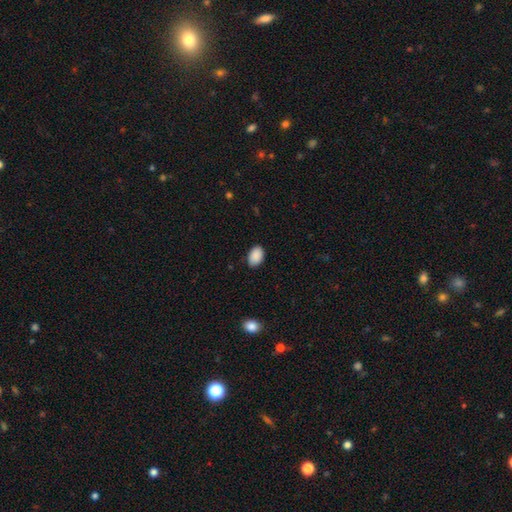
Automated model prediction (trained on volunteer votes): smooth-or-featured: smooth: 90% | star or artifact: 7% | featured or disk: 3%
  how-rounded: in between: 88% | round: 11% | cigar-shaped: 1%
  merging: none: 84% | minor disturbance: 12% | major disturbance: 2% | merger: 1%